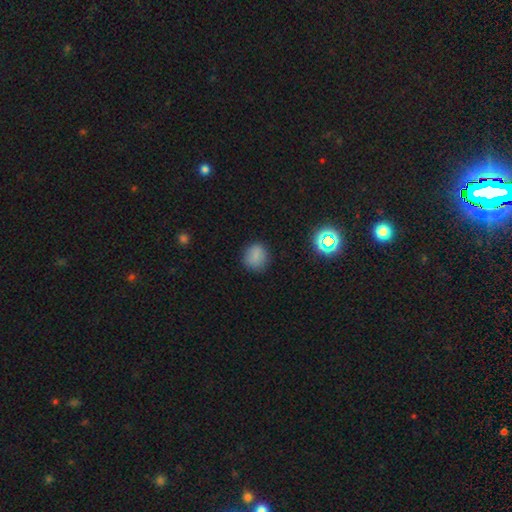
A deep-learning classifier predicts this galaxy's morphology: Smooth or featured?
  - smooth: 79% *
  - star or artifact: 14%
  - featured or disk: 7%
How rounded?
  - round: 78% *
  - in between: 21%
  - cigar-shaped: 1%
Merging?
  - none: 83% *
  - minor disturbance: 12%
  - major disturbance: 3%
  - merger: 1%